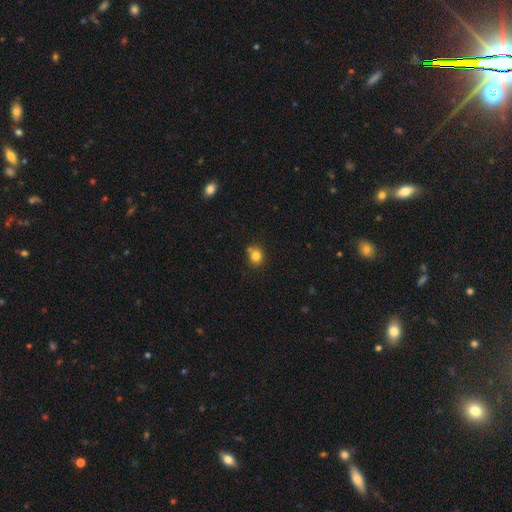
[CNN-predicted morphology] Q: Smooth or featured?
A: smooth (81%); runner-up: star or artifact (12%)
Q: How rounded?
A: round (74%); runner-up: in between (25%)
Q: Merging?
A: none (72%); runner-up: minor disturbance (13%)